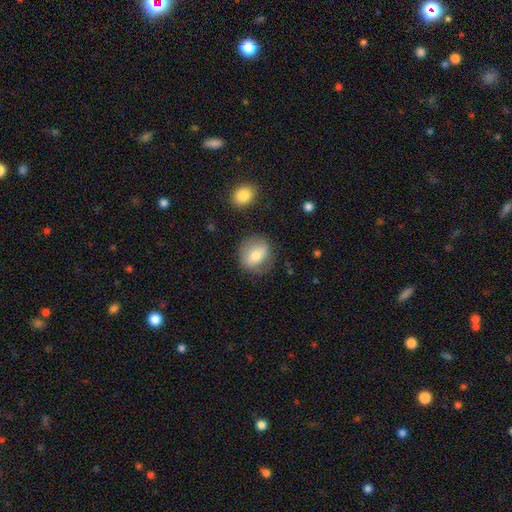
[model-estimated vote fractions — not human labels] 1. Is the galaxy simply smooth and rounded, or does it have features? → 67% smooth, 25% featured or disk, 7% star or artifact.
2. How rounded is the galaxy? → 67% round, 31% in between, 2% cigar-shaped.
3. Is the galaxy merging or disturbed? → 76% none, 16% minor disturbance, 6% major disturbance, 2% merger.